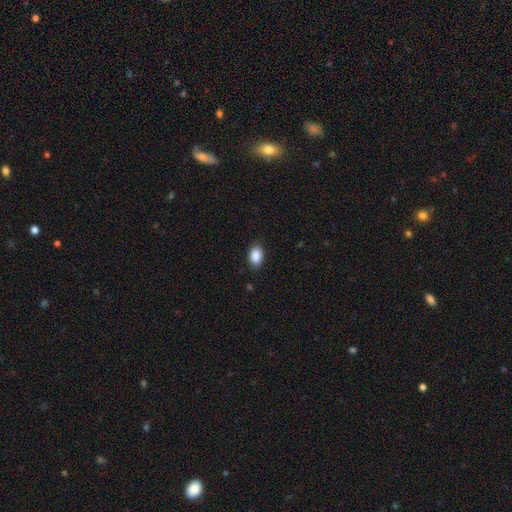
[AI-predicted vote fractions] Smooth or featured?
  - smooth: 89% *
  - star or artifact: 8%
  - featured or disk: 3%
How rounded?
  - in between: 88% *
  - round: 11%
  - cigar-shaped: 1%
Merging?
  - none: 86% *
  - minor disturbance: 11%
  - major disturbance: 2%
  - merger: 1%